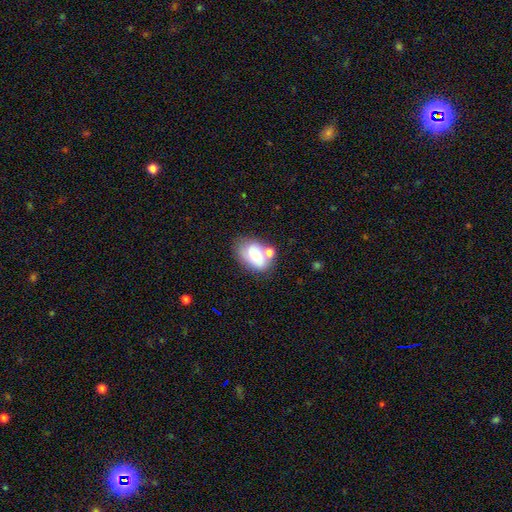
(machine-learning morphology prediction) Smooth or featured? Predicted: smooth (p=0.58). How rounded? Predicted: in between (p=0.83). Merging? Predicted: none (p=0.44).